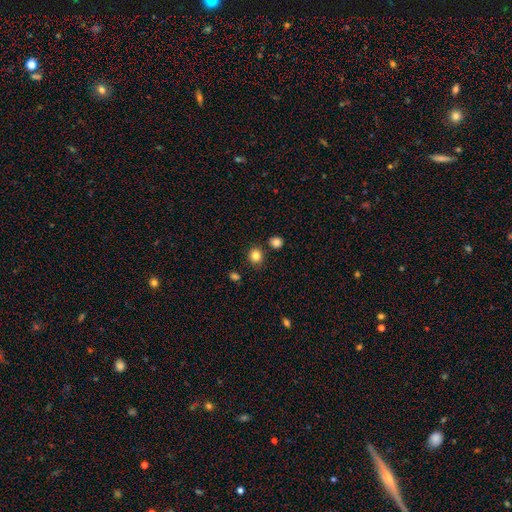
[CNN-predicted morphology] Smooth or featured?
  - smooth: 84% *
  - star or artifact: 11%
  - featured or disk: 5%
How rounded?
  - round: 82% *
  - in between: 17%
  - cigar-shaped: 1%
Merging?
  - none: 84% *
  - minor disturbance: 8%
  - merger: 6%
  - major disturbance: 2%